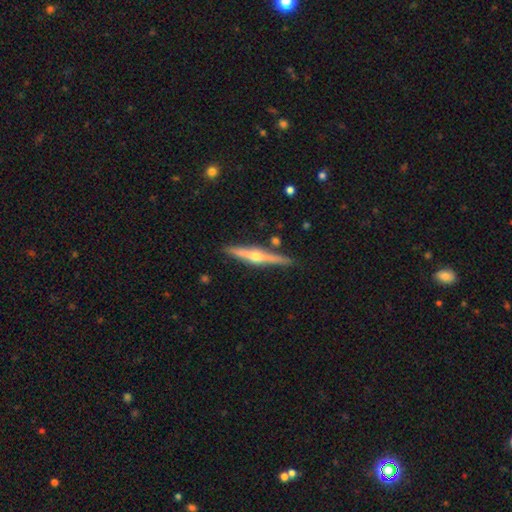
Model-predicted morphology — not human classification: A featured or disk galaxy (77%) viewed edge-on (98%) with a rounded central bulge (93%).

Vote fractions:
- Smooth or featured? featured or disk: 77% / smooth: 18% / star or artifact: 6%
- Edge-on disk? yes: 98% / no: 2%
- Edge-on bulge? rounded: 93% / none: 4% / boxy: 3%
- Merging? none: 88% / minor disturbance: 8% / merger: 3% / major disturbance: 2%